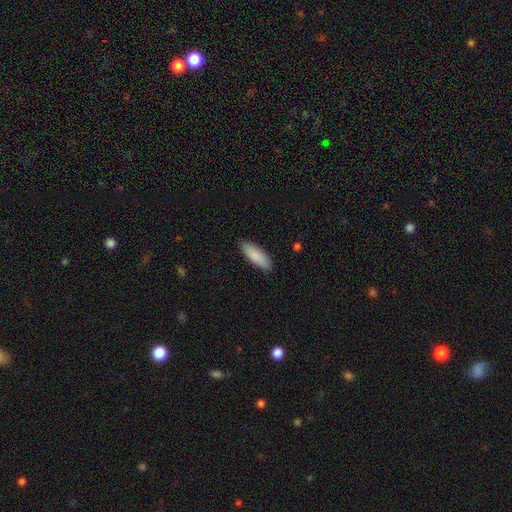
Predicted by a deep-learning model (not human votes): Morphology: type=smooth (88%); roundness=in between (62%); merging=none (87%).